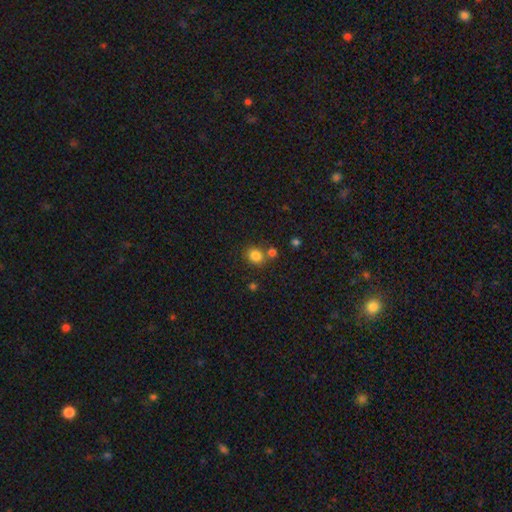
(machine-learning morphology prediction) smooth_or_featured: smooth (p=0.83) [alt: star or artifact p=0.12]
how_rounded: round (p=0.74) [alt: in between p=0.25]
merging: none (p=0.68) [alt: merger p=0.19]